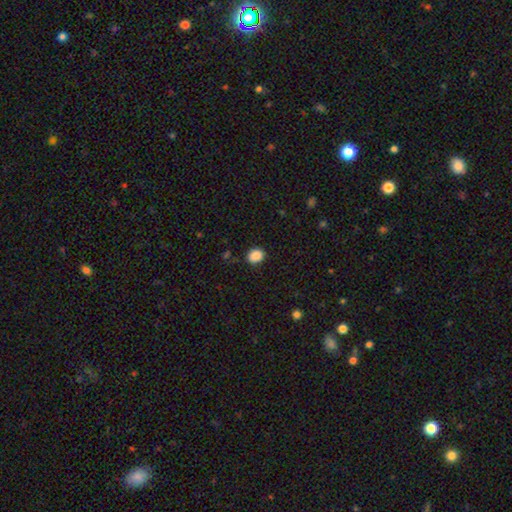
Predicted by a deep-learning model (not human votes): This is clearly a smooth galaxy (88%). How rounded: possibly round (60%). Merging: clearly none (88%).